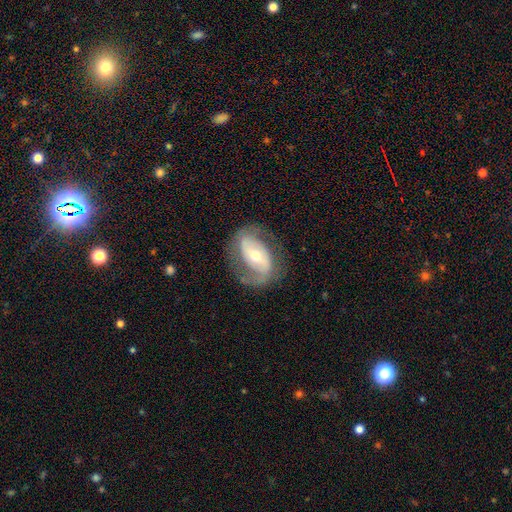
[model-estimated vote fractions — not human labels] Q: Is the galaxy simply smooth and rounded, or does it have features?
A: featured or disk — 82%.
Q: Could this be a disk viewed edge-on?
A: no — 96%.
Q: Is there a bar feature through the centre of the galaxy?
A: weak — 36%.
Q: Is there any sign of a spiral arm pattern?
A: yes — 90%.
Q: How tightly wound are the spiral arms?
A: medium — 47%.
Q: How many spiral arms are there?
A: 2 — 86%.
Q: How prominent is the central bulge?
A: moderate — 54%.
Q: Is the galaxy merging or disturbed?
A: none — 73%.